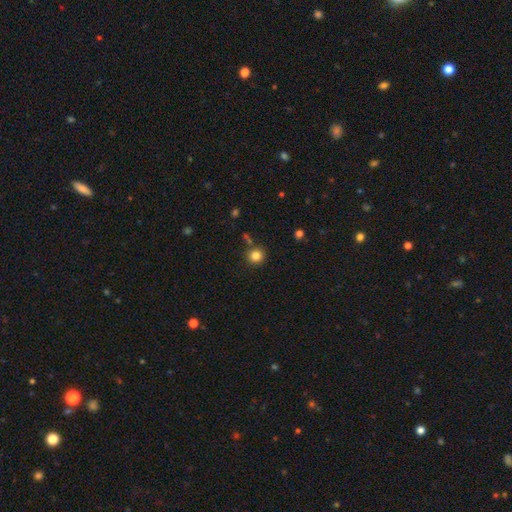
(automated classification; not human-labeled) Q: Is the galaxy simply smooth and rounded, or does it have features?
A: smooth — 83%.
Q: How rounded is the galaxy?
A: round — 90%.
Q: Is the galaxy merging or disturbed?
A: none — 83%.